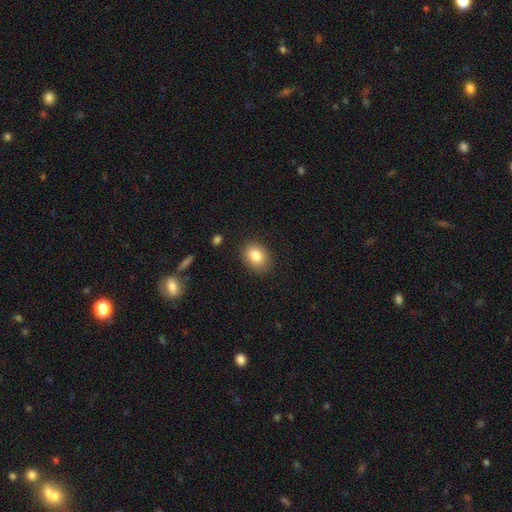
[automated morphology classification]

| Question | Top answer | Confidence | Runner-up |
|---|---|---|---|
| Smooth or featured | smooth | 83% | star or artifact (9%) |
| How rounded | in between | 63% | round (36%) |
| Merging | none | 86% | minor disturbance (10%) |